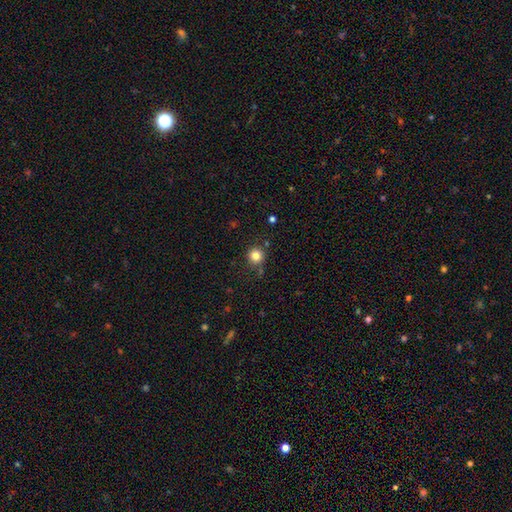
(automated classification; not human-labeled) smooth 82%, star or artifact 12%, featured or disk 5%. Down the decision tree: how rounded — round (93%); merging — none (83%).